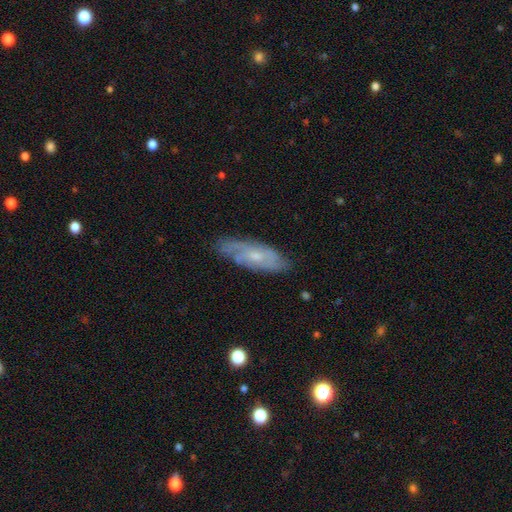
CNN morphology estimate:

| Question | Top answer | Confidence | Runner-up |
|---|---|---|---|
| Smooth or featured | featured or disk | 66% | smooth (28%) |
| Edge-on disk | no | 80% | yes (20%) |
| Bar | no | 71% | weak (26%) |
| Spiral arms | yes | 84% | no (16%) |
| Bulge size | small | 57% | moderate (35%) |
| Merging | none | 76% | minor disturbance (19%) |